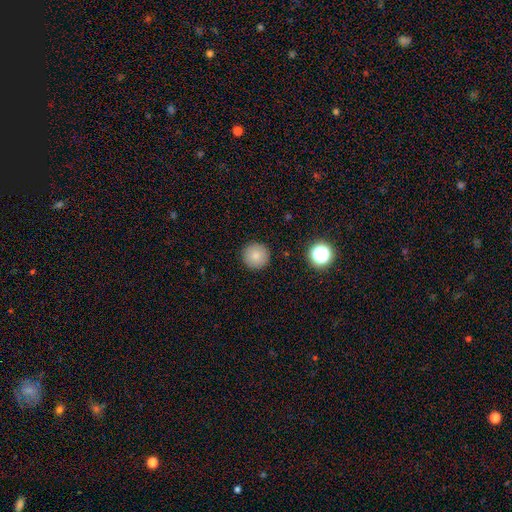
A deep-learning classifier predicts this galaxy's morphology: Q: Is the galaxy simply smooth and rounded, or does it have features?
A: smooth — 83%.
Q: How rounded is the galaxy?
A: round — 96%.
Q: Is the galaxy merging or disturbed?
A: none — 92%.